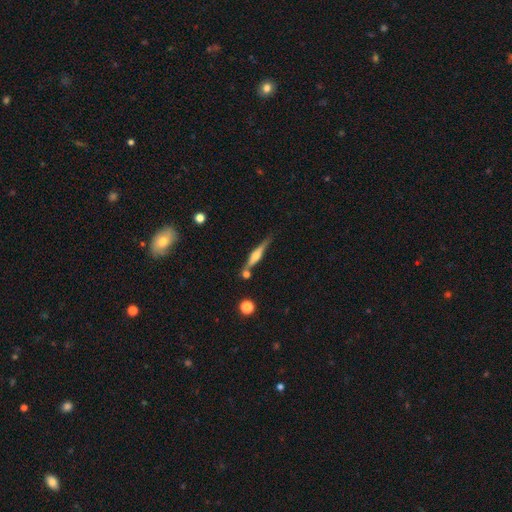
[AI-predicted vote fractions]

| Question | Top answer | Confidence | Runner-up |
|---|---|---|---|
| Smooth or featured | featured or disk | 69% | smooth (24%) |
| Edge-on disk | yes | 97% | no (3%) |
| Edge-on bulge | rounded | 85% | boxy (10%) |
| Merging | none | 75% | minor disturbance (12%) |